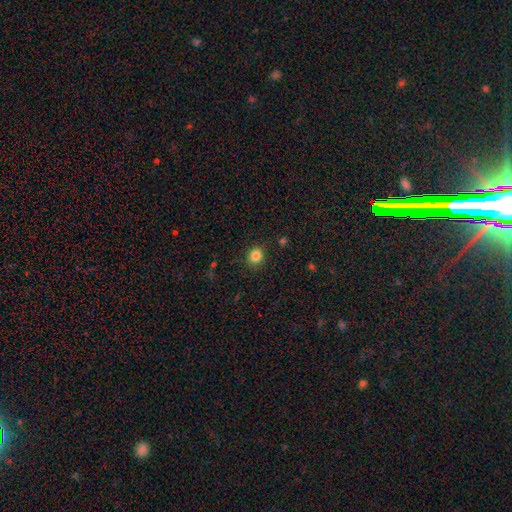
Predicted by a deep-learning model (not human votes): This appears to be a smooth galaxy with no disk features (84%) that is round (73%). Merging: none (87%).